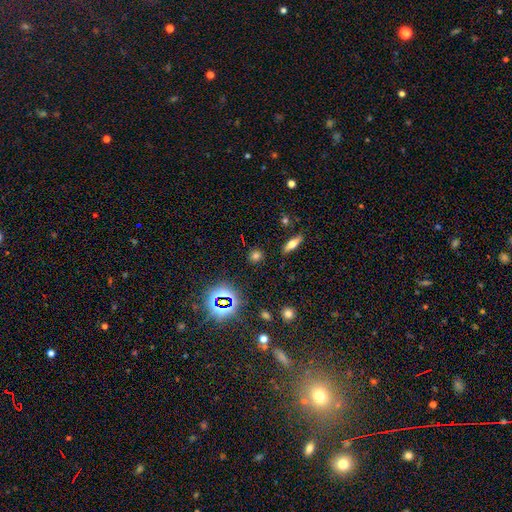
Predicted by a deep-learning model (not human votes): Smooth or featured? smooth (63%)
How rounded? round (74%)
Merging? none (86%)